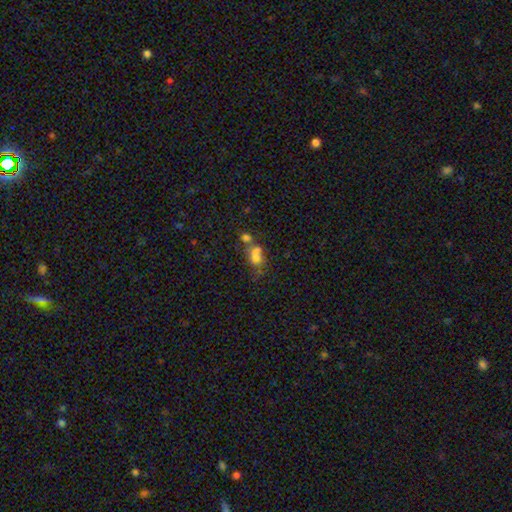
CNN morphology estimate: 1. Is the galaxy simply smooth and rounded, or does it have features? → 58% smooth, 23% featured or disk, 19% star or artifact.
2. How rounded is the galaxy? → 65% in between, 31% round, 4% cigar-shaped.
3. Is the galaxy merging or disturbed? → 50% merger, 25% none, 13% minor disturbance, 13% major disturbance.